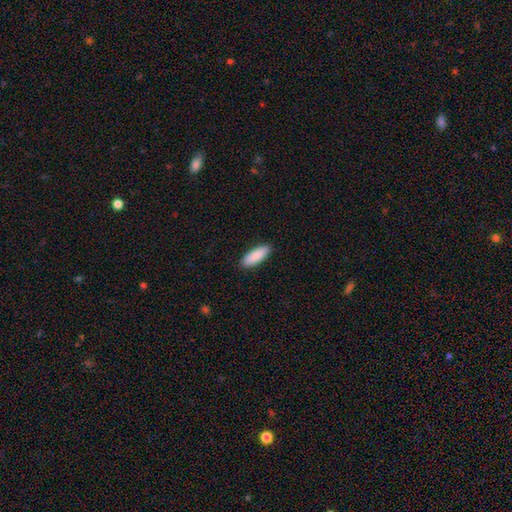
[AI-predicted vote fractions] A smooth galaxy with no disk features (87%) that is in between round and cigar-shaped (71%). Merging: none (90%).